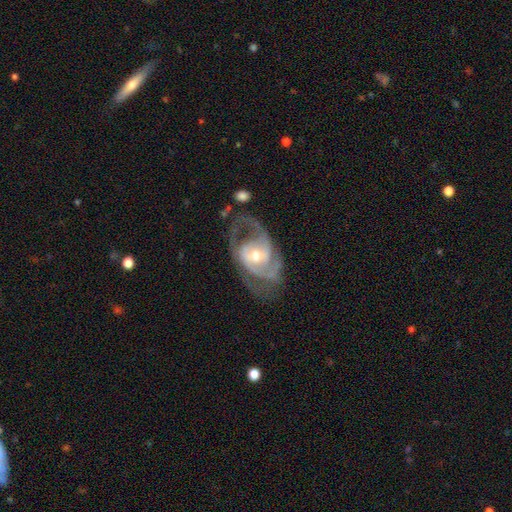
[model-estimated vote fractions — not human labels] smooth_or_featured: featured or disk (p=0.84) [alt: smooth p=0.11]
disk_edge_on: no (p=0.96) [alt: yes p=0.04]
bar: no (p=0.53) [alt: weak p=0.36]
has_spiral_arms: yes (p=0.89) [alt: no p=0.11]
spiral_winding: medium (p=0.46) [alt: tight p=0.33]
spiral_arm_count: 2 (p=0.54) [alt: can't tell p=0.18]
bulge_size: moderate (p=0.64) [alt: small p=0.29]
merging: none (p=0.49) [alt: major disturbance p=0.28]